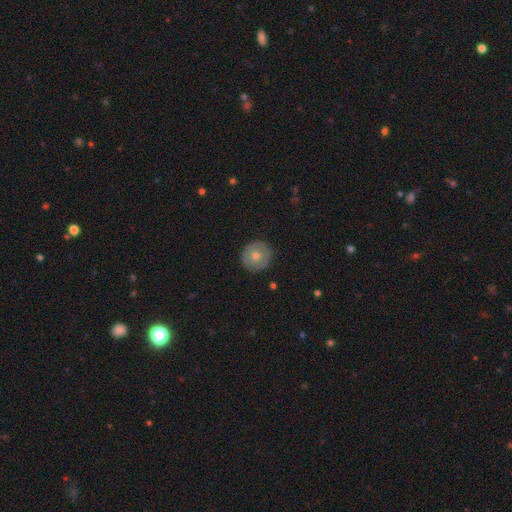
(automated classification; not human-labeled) Smooth or featured: smooth — 57% (featured or disk — 35%)
How rounded: round — 94% (in between — 5%)
Merging: none — 89% (minor disturbance — 8%)